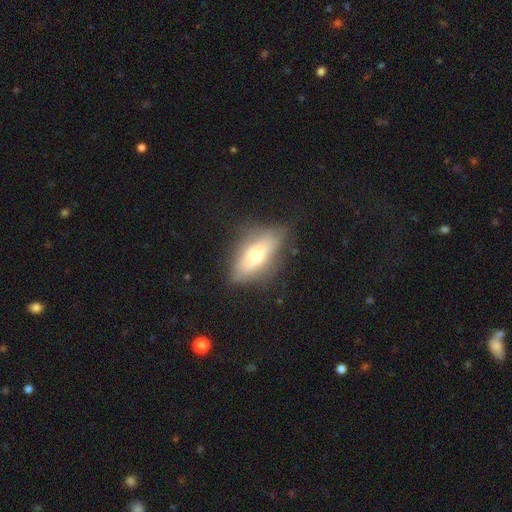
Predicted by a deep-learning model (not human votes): Smooth or featured? Predicted: featured or disk (p=0.48). Merging? Predicted: none (p=0.75).